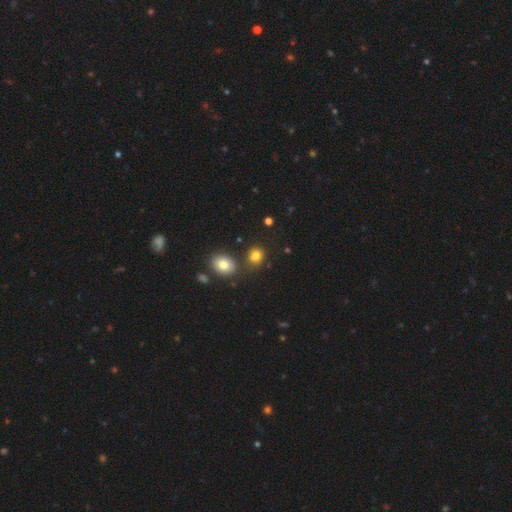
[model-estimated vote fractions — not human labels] smooth-or-featured: smooth: 79% | star or artifact: 13% | featured or disk: 7%
  how-rounded: round: 72% | in between: 26% | cigar-shaped: 1%
  merging: none: 72% | merger: 13% | minor disturbance: 11% | major disturbance: 4%